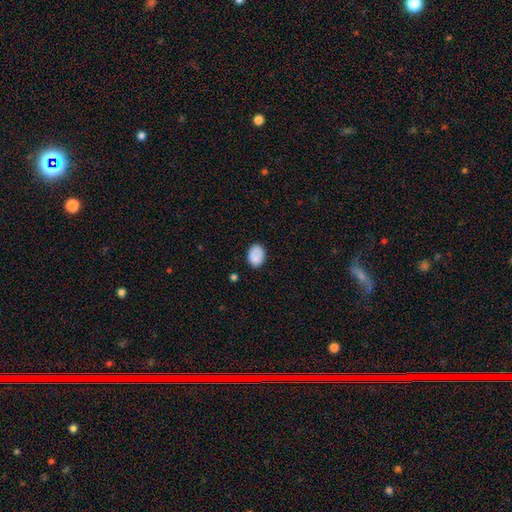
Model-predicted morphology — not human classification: The model was most divided on "how rounded": in between: 70%, round: 29%, cigar-shaped: 1%. More confident: smooth or featured — smooth (85%); merging — none (79%).